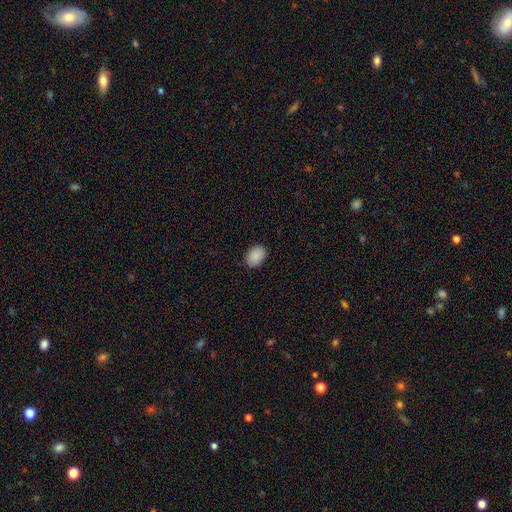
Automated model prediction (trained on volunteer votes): Smooth or featured? smooth (90%)
How rounded? in between (80%)
Merging? none (88%)